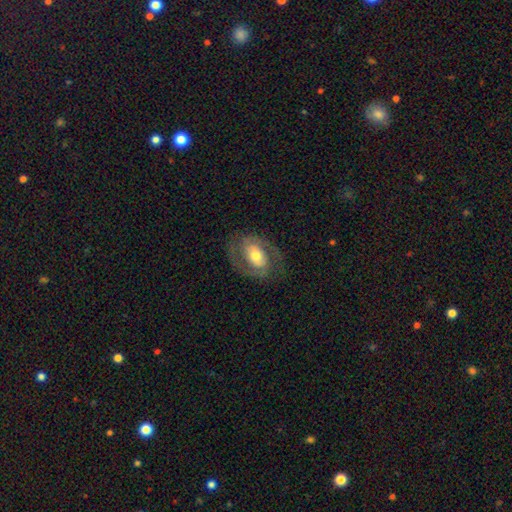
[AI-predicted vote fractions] Morphology: type=featured or disk (76%); edge-on=no (96%); bar=no (50%); spiral arms=yes (84%); winding=medium (47%); arm count=2 (83%); bulge=moderate (68%); merging=none (73%).